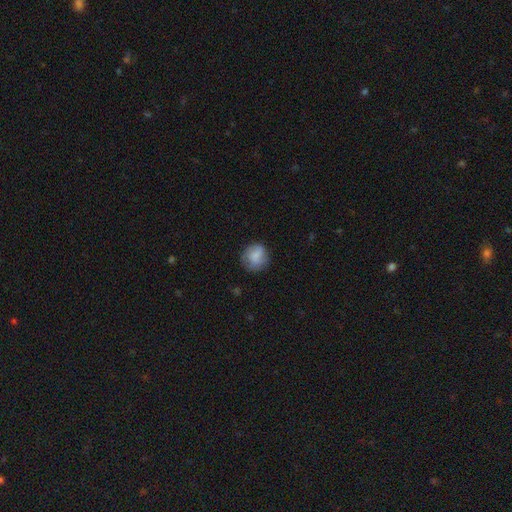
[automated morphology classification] smooth 78%, featured or disk 15%, star or artifact 7%. Down the decision tree: how rounded — round (83%); merging — none (72%).